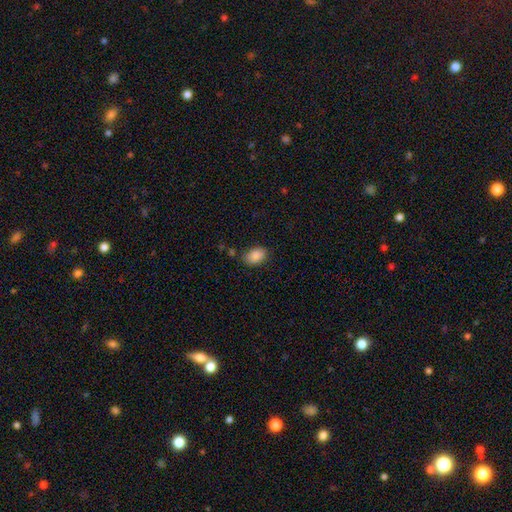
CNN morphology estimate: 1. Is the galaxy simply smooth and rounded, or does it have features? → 88% smooth, 8% star or artifact, 4% featured or disk.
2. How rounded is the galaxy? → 87% in between, 12% round, 1% cigar-shaped.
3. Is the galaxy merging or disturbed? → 79% none, 14% minor disturbance, 3% major disturbance, 3% merger.